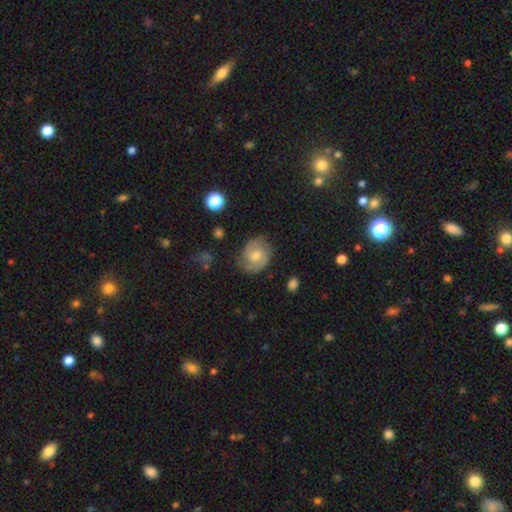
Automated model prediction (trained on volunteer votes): A featured or disk galaxy (66%) with no bar (66%), 2 (77%) tight (46%) spiral arms (91%) and a moderate central bulge (61%). Merging: none (76%).